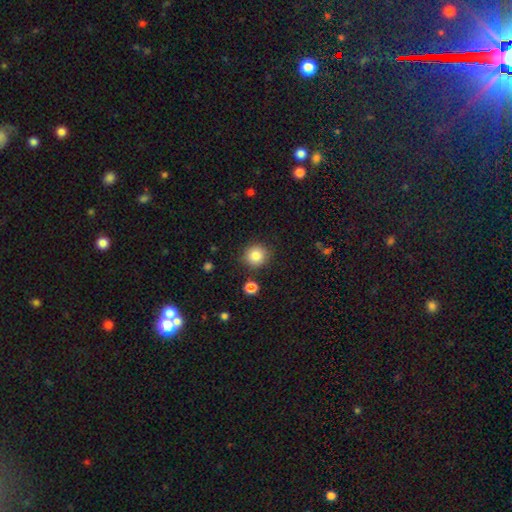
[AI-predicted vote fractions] Smooth or featured? smooth (84%)
How rounded? round (91%)
Merging? none (88%)